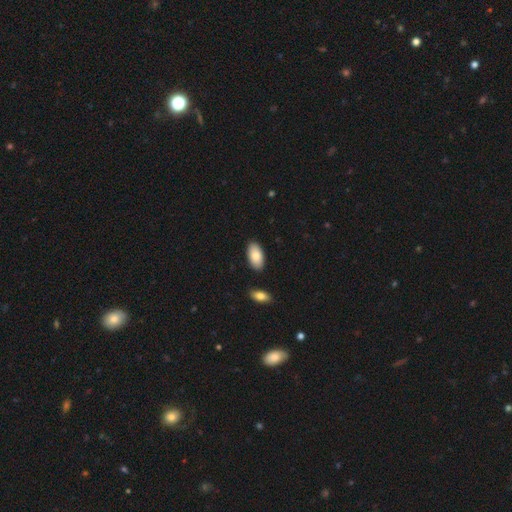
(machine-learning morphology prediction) smooth 85%, featured or disk 9%, star or artifact 6%. Down the decision tree: how rounded — in between (94%); merging — none (86%).